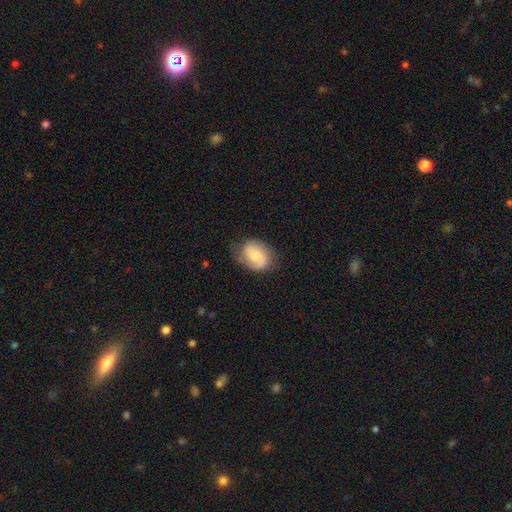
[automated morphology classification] A smooth galaxy with no disk features (53%) that is in between round and cigar-shaped (64%). Merging: none (67%).